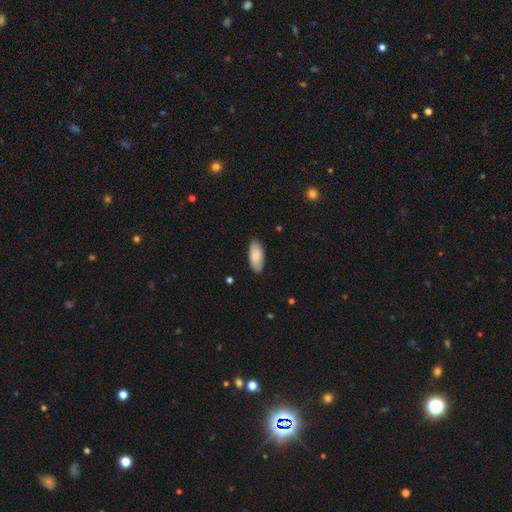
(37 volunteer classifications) Q: Smooth or featured?
A: smooth (89%); runner-up: featured or disk (5%)
Q: How rounded?
A: in between (94%); runner-up: cigar-shaped (6%)
Q: Merging?
A: none (89%); runner-up: minor disturbance (9%)